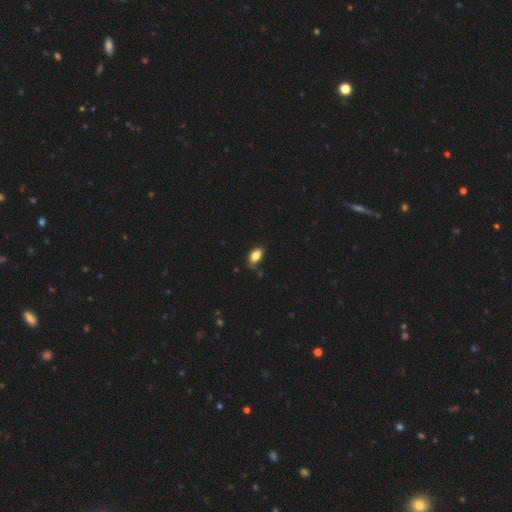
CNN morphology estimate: This appears to be a smooth galaxy with no disk features (83%) that is in between round and cigar-shaped (92%). Merging: none (77%).